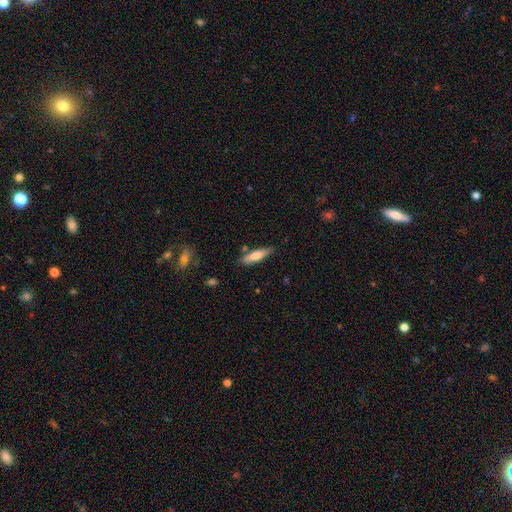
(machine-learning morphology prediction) A smooth galaxy with no disk features (69%) that is cigar-shaped (66%).

Vote fractions:
- Smooth or featured? smooth: 69% / featured or disk: 25% / star or artifact: 6%
- How rounded? cigar-shaped: 66% / in between: 32% / round: 2%
- Merging? none: 78% / minor disturbance: 14% / merger: 5% / major disturbance: 3%